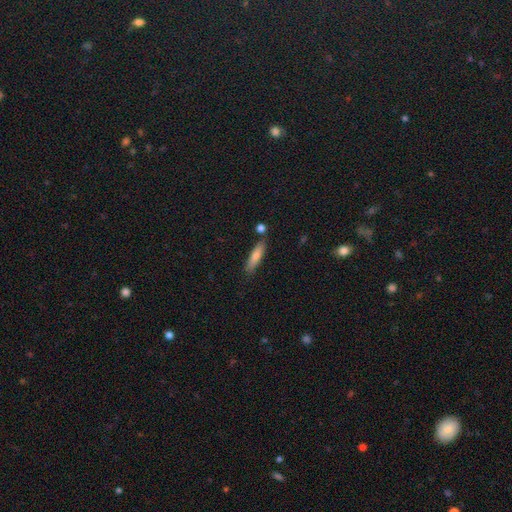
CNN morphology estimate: Smooth or featured?
  - smooth: 70% *
  - featured or disk: 22%
  - star or artifact: 8%
How rounded?
  - cigar-shaped: 80% *
  - in between: 18%
  - round: 2%
Merging?
  - none: 81% *
  - minor disturbance: 12%
  - merger: 5%
  - major disturbance: 2%